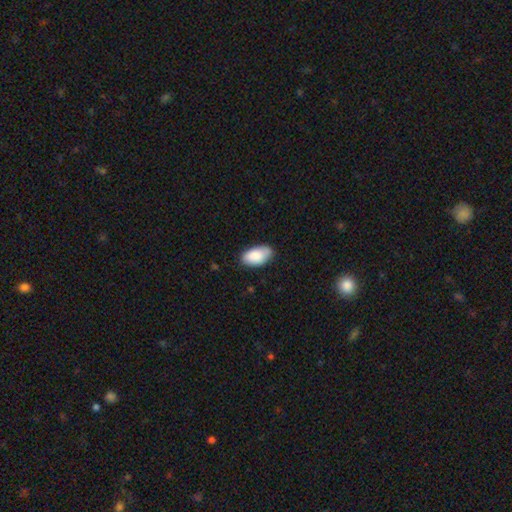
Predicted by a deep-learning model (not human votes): Morphology: type=smooth (87%); roundness=in between (95%); merging=none (78%).